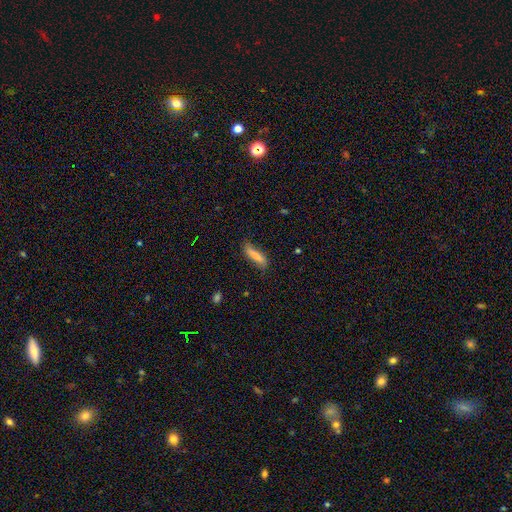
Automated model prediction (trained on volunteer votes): smooth_or_featured: smooth (p=0.81) [alt: featured or disk p=0.12]
how_rounded: cigar-shaped (p=0.65) [alt: in between p=0.34]
merging: none (p=0.69) [alt: minor disturbance p=0.23]